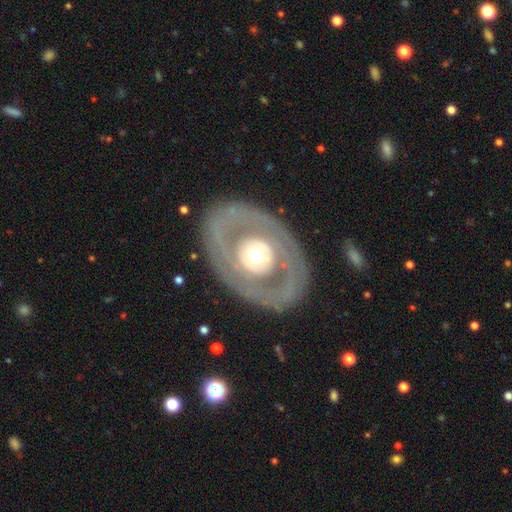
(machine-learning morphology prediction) Smooth or featured: featured or disk — 73% (smooth — 22%)
Edge-on disk: no — 94% (yes — 6%)
Bar: no — 82% (weak — 12%)
Spiral arms: no — 70% (yes — 30%)
Bulge size: moderate — 63% (large — 26%)
Merging: none — 80% (minor disturbance — 11%)